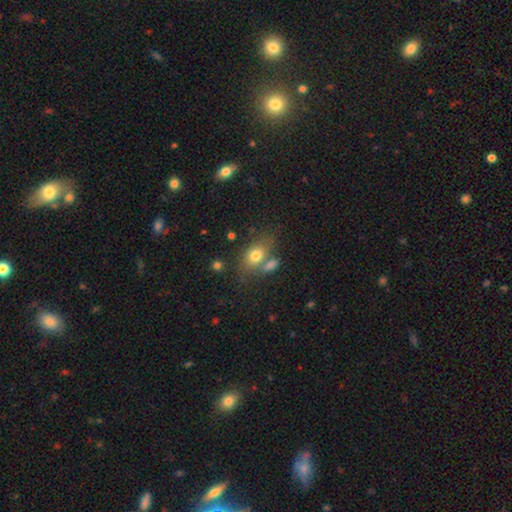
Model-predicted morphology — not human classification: Q: Smooth or featured?
A: smooth (75%); runner-up: featured or disk (15%)
Q: How rounded?
A: in between (76%); runner-up: round (21%)
Q: Merging?
A: none (56%); runner-up: merger (23%)